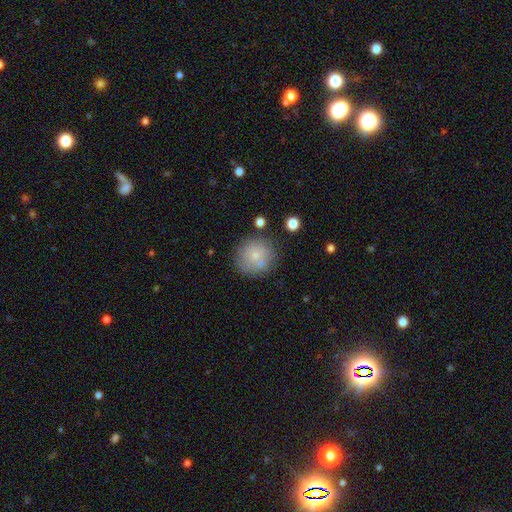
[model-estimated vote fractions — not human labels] smooth_or_featured: smooth (p=0.73) [alt: featured or disk p=0.16]
how_rounded: round (p=0.93) [alt: in between p=0.06]
merging: none (p=0.72) [alt: minor disturbance p=0.14]